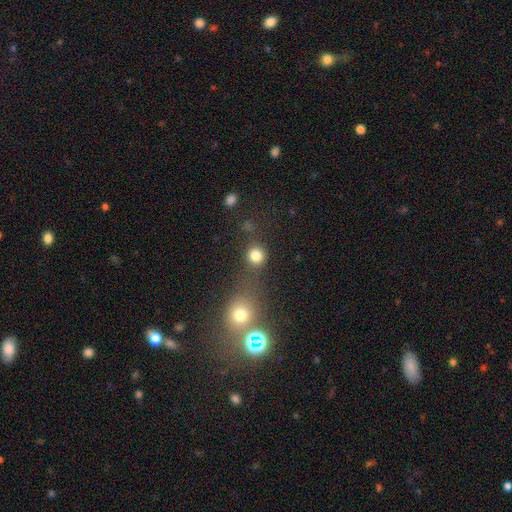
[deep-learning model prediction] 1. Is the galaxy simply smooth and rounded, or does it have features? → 80% smooth, 14% star or artifact, 6% featured or disk.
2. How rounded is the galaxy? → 88% round, 11% in between, 1% cigar-shaped.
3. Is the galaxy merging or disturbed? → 68% none, 18% merger, 9% minor disturbance, 5% major disturbance.